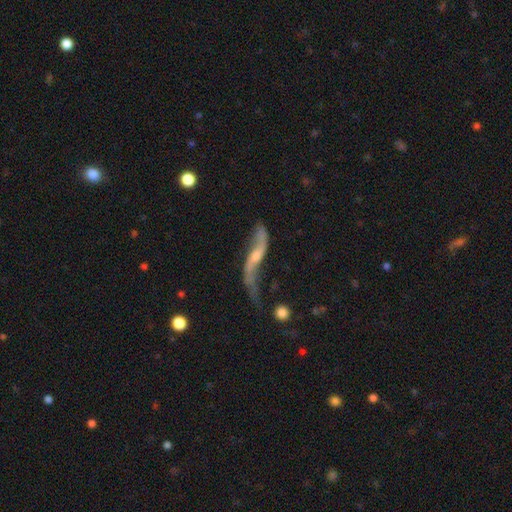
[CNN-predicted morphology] Q: Smooth or featured?
A: featured or disk (82%); runner-up: smooth (10%)
Q: Edge-on disk?
A: no (75%); runner-up: yes (25%)
Q: Bar?
A: no (44%); runner-up: weak (36%)
Q: Spiral arms?
A: yes (91%); runner-up: no (9%)
Q: Spiral winding?
A: loose (91%); runner-up: medium (7%)
Q: Spiral arm count?
A: 2 (89%); runner-up: 1 (5%)
Q: Bulge size?
A: small (55%); runner-up: moderate (31%)
Q: Merging?
A: none (51%); runner-up: minor disturbance (22%)